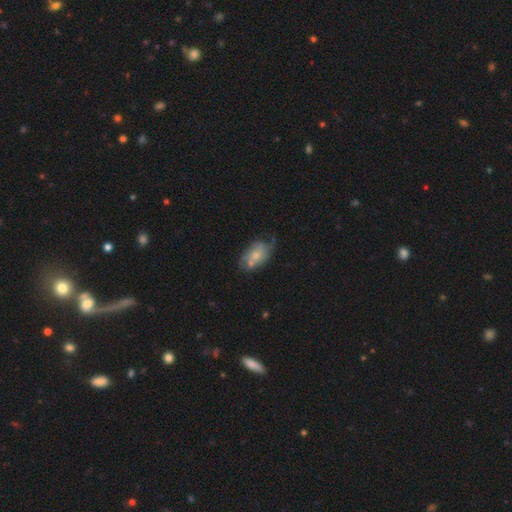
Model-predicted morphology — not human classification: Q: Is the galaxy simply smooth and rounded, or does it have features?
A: smooth — 50%.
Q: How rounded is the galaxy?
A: in between — 89%.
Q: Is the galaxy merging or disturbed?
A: none — 40%.